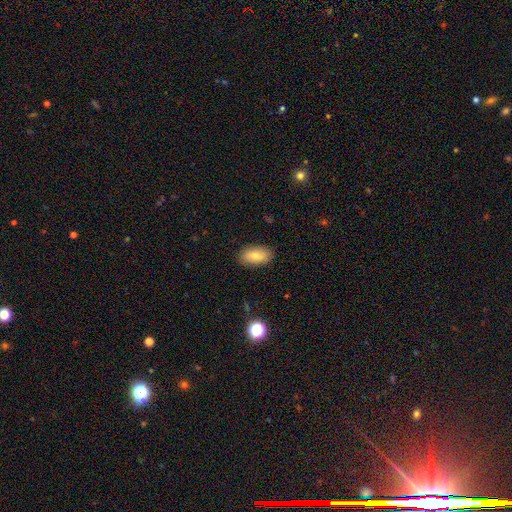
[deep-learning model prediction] Q: Smooth or featured?
A: smooth (77%); runner-up: featured or disk (15%)
Q: How rounded?
A: in between (93%); runner-up: round (4%)
Q: Merging?
A: none (87%); runner-up: minor disturbance (10%)